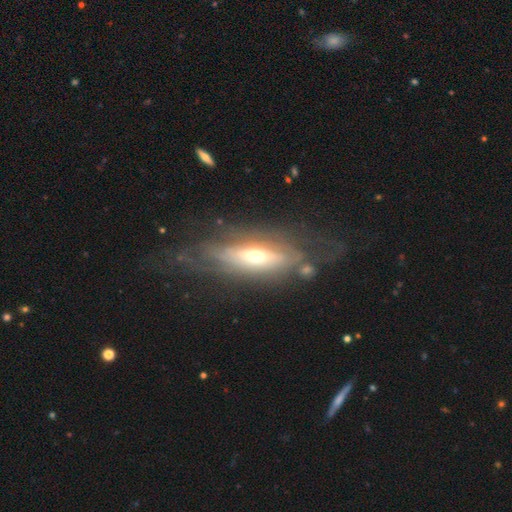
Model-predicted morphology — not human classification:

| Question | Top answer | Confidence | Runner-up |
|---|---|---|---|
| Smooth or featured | featured or disk | 74% | smooth (20%) |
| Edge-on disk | no | 58% | yes (42%) |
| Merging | none | 56% | minor disturbance (22%) |